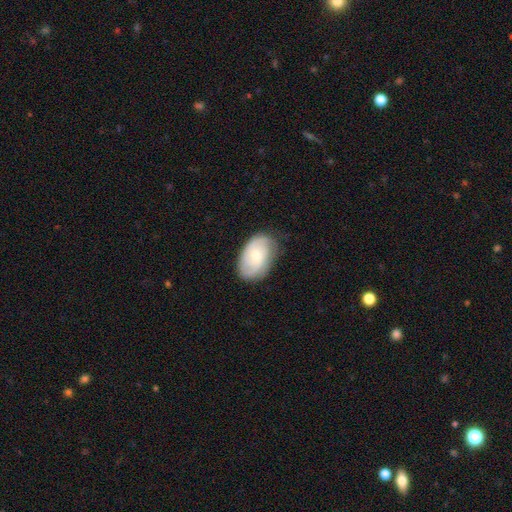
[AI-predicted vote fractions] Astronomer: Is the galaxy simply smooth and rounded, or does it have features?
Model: featured or disk — 67%.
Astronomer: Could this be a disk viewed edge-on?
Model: no — 96%.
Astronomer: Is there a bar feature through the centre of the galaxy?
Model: no — 68%.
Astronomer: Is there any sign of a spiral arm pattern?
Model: yes — 92%.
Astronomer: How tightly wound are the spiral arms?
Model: tight — 53% (runner-up: medium, 36%).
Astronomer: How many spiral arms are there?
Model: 2 — 34% (runner-up: can't tell, 29%).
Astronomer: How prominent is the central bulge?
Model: small — 50% (runner-up: moderate, 46%).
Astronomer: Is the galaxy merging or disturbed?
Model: none — 78%.